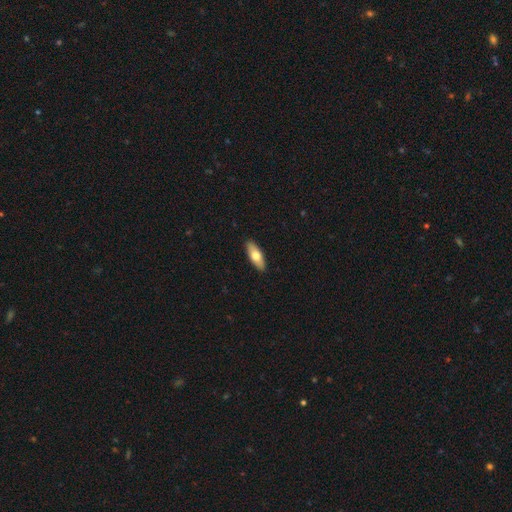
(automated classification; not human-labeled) smooth_or_featured: smooth (p=0.69) [alt: featured or disk p=0.26]
how_rounded: in between (p=0.68) [alt: cigar-shaped p=0.29]
merging: none (p=0.90) [alt: minor disturbance p=0.07]